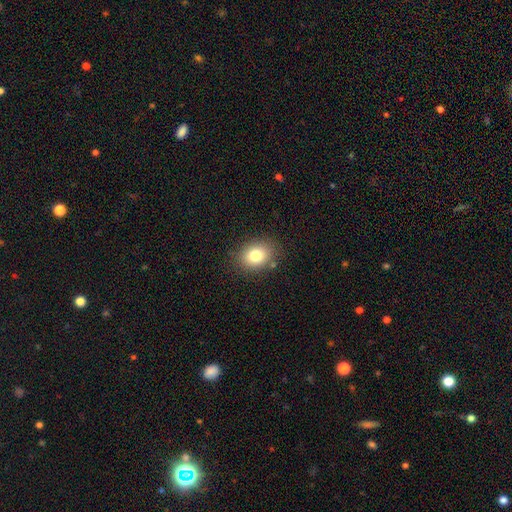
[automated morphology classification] This appears to be a smooth galaxy with no disk features (79%) that is in between round and cigar-shaped (57%). Merging: none (84%).